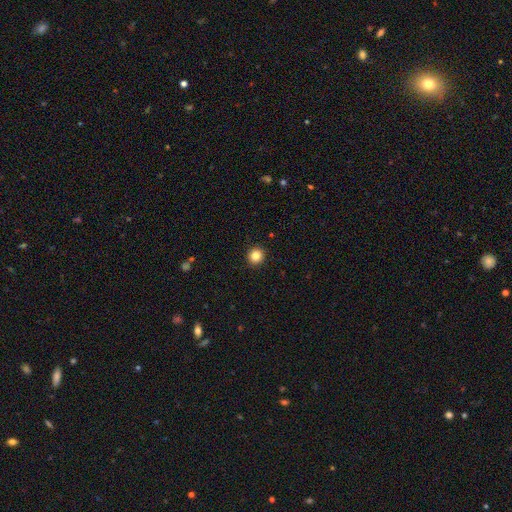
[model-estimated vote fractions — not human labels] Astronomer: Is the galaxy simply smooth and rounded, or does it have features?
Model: smooth — 83%.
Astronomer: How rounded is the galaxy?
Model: round — 91%.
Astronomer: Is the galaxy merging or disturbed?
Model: none — 93%.